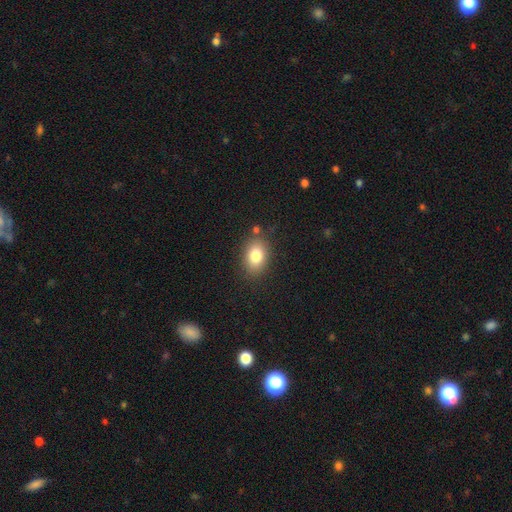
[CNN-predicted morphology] Smooth or featured? smooth (81%)
How rounded? in between (77%)
Merging? none (80%)